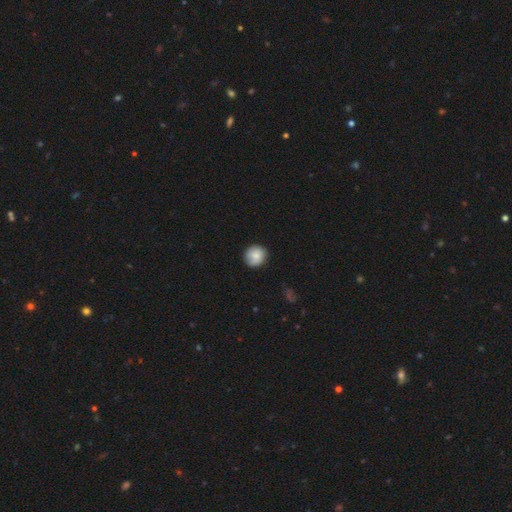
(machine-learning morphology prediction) smooth-or-featured: smooth: 81% | featured or disk: 12% | star or artifact: 7%
  how-rounded: round: 87% | in between: 12% | cigar-shaped: 1%
  merging: none: 83% | minor disturbance: 14% | major disturbance: 2% | merger: 1%